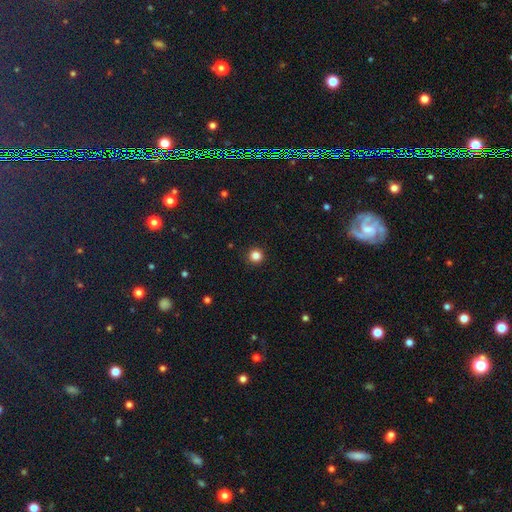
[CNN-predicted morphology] Smooth or featured? Predicted: smooth (p=0.84). How rounded? Predicted: round (p=0.96). Merging? Predicted: none (p=0.93).